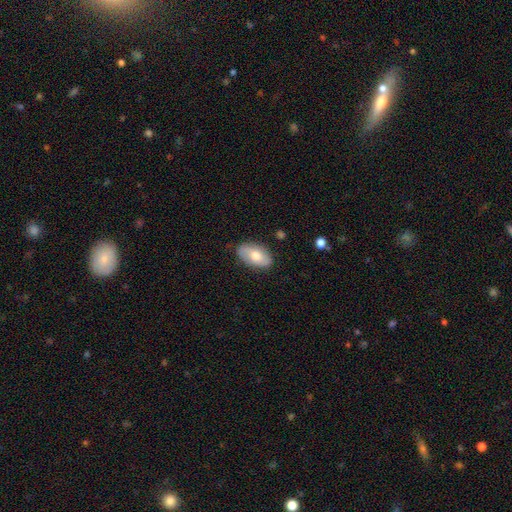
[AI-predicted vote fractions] Q: Smooth or featured?
A: smooth (66%); runner-up: featured or disk (28%)
Q: How rounded?
A: in between (93%); runner-up: round (5%)
Q: Merging?
A: none (81%); runner-up: minor disturbance (15%)